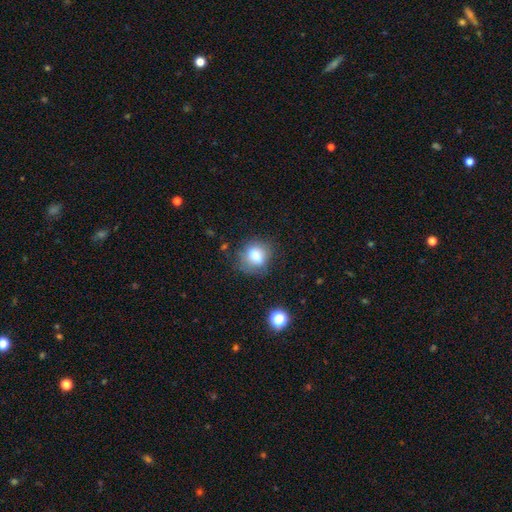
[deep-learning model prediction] Morphology: type=smooth (80%); roundness=round (68%); merging=none (68%).